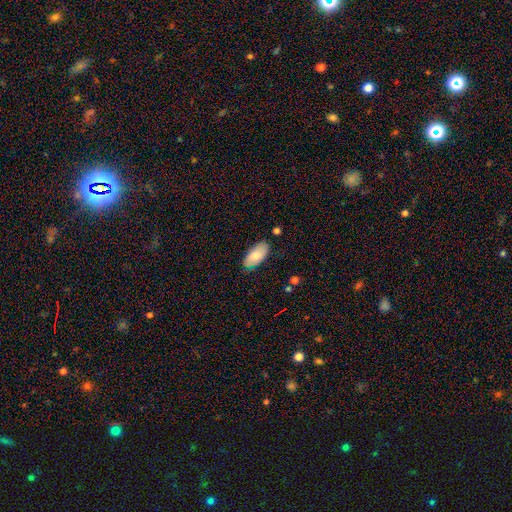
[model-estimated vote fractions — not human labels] smooth-or-featured: smooth: 80% | featured or disk: 14% | star or artifact: 6%
  how-rounded: in between: 92% | cigar-shaped: 6% | round: 2%
  merging: none: 78% | minor disturbance: 17% | major disturbance: 3% | merger: 2%